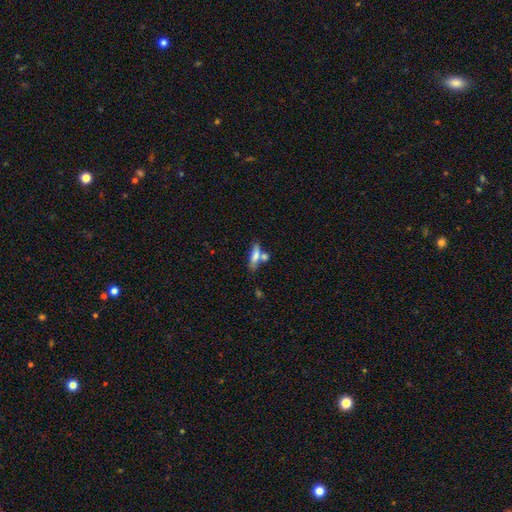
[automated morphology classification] This is likely a smooth galaxy (73%). How rounded: possibly cigar-shaped (53%). Merging: possibly none (50%).